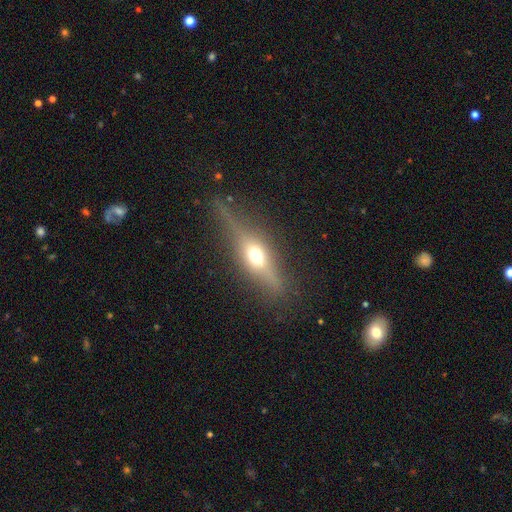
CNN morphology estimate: Smooth or featured?
  - featured or disk: 51% *
  - smooth: 36%
  - star or artifact: 13%
Edge-on disk?
  - yes: 86% *
  - no: 14%
Merging?
  - none: 72% *
  - minor disturbance: 15%
  - major disturbance: 10%
  - merger: 3%